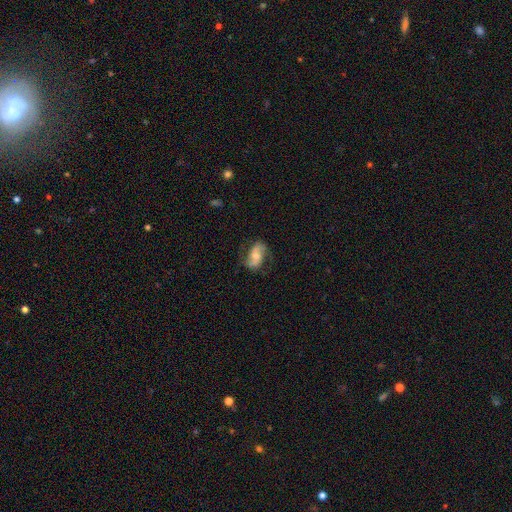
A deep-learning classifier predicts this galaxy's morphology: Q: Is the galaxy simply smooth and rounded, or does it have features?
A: featured or disk — 73%.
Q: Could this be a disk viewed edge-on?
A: no — 96%.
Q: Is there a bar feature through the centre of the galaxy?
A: no — 48%.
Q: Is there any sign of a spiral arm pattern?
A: yes — 92%.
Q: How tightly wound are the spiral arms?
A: loose — 51%.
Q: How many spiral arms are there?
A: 2 — 90%.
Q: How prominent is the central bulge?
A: moderate — 50%.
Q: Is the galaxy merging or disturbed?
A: none — 72%.